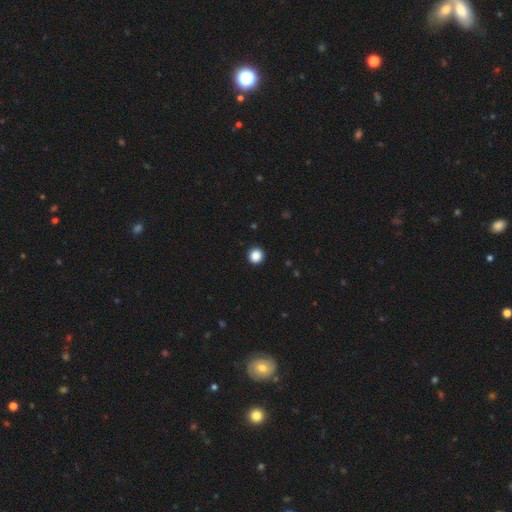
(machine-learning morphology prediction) The model was most divided on "smooth or featured": smooth: 88%, star or artifact: 10%, featured or disk: 2%. More confident: how rounded — round (94%); merging — none (94%).